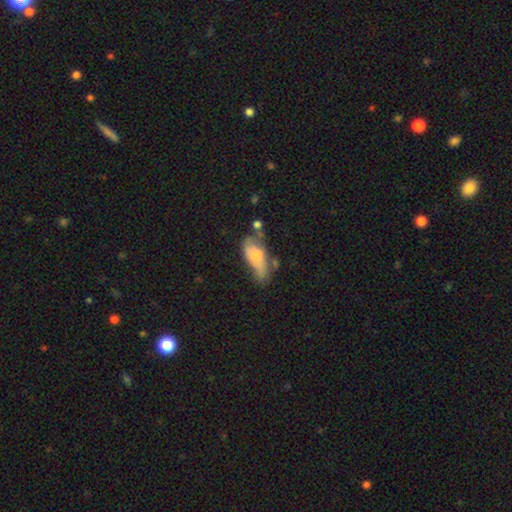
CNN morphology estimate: Smooth or featured? smooth (59%)
How rounded? in between (84%)
Merging? major disturbance (30%)